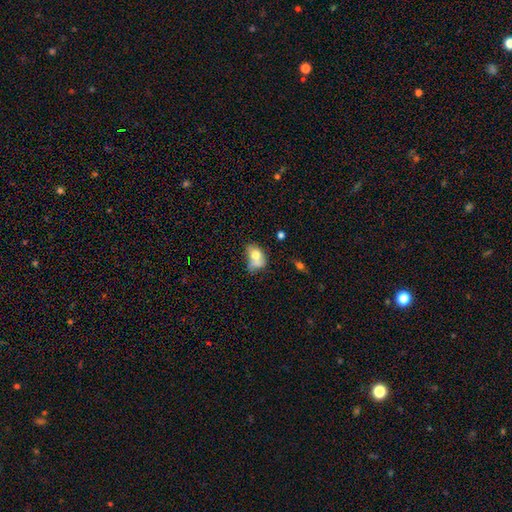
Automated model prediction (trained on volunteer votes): Morphology: type=smooth (70%); roundness=in between (72%); merging=merger (32%).